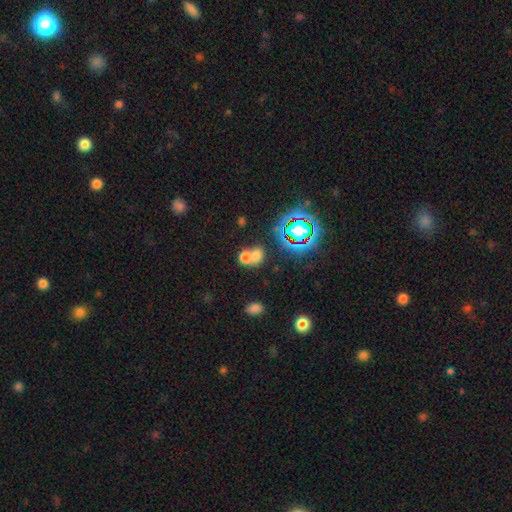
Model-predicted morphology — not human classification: A smooth galaxy with no disk features (64%) that is round (54%). Merging: merger (59%).